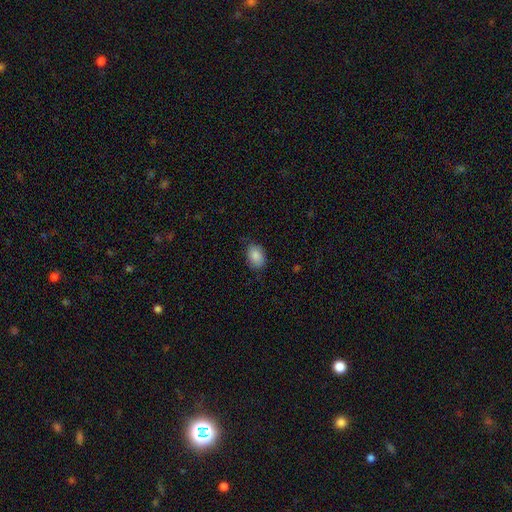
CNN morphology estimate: This appears to be a smooth galaxy with no disk features (87%) that is in between round and cigar-shaped (79%). Merging: none (76%).